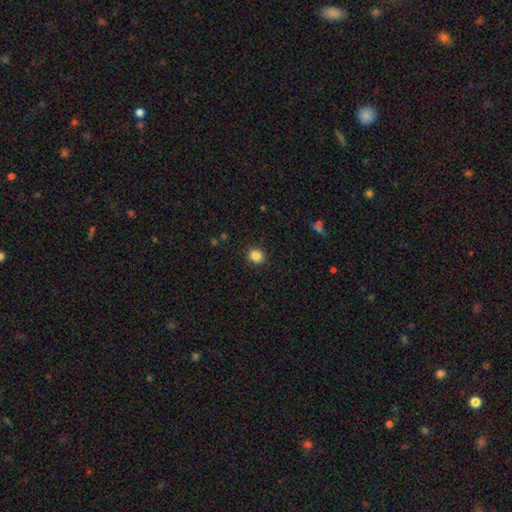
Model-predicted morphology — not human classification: A smooth galaxy with no disk features (85%) that is round (81%). Merging: none (90%).